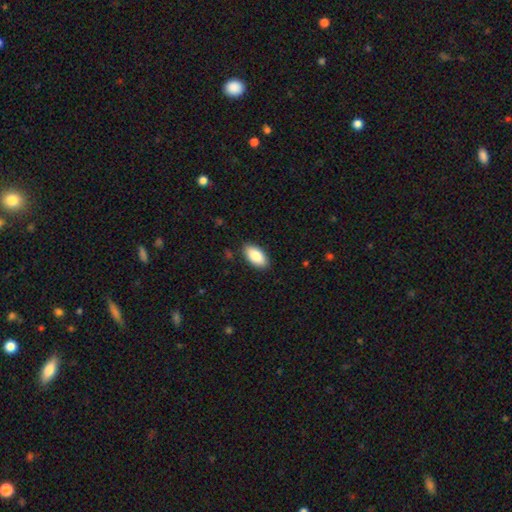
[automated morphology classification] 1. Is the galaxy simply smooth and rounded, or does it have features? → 86% smooth, 8% featured or disk, 6% star or artifact.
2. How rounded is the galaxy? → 94% in between, 4% cigar-shaped, 2% round.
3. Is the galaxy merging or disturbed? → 88% none, 9% minor disturbance, 2% major disturbance, 1% merger.